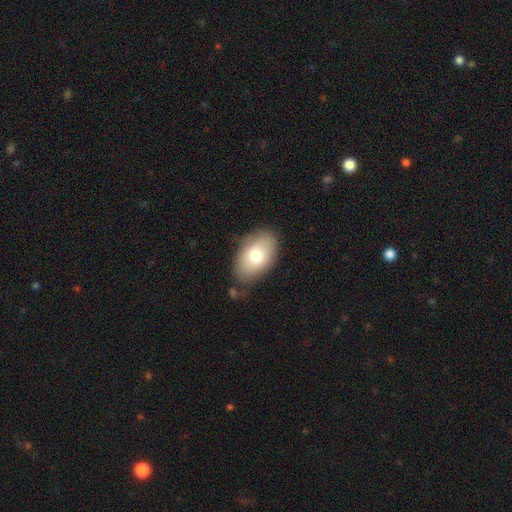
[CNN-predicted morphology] A smooth galaxy with no disk features (75%) that is in between round and cigar-shaped (91%).

Vote fractions:
- Smooth or featured? smooth: 75% / featured or disk: 18% / star or artifact: 7%
- How rounded? in between: 91% / round: 8% / cigar-shaped: 1%
- Merging? none: 76% / minor disturbance: 17% / major disturbance: 5% / merger: 3%